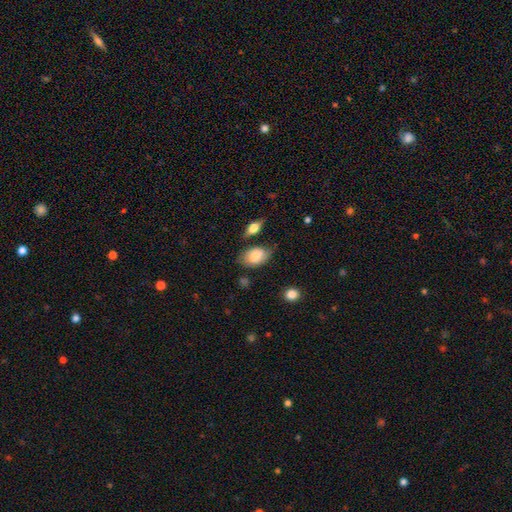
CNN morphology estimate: smooth_or_featured: smooth (p=0.74) [alt: featured or disk p=0.19]
how_rounded: in between (p=0.89) [alt: round p=0.10]
merging: none (p=0.61) [alt: minor disturbance p=0.26]